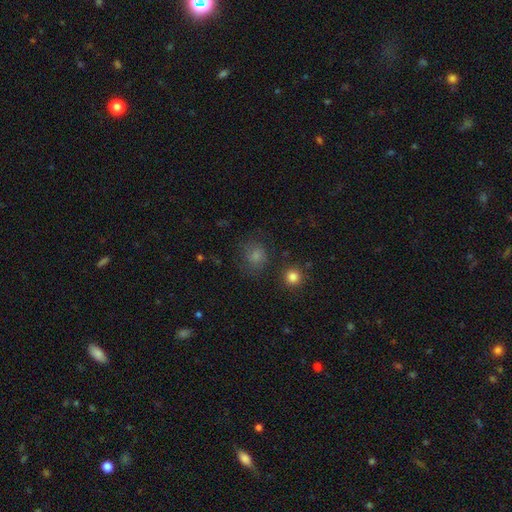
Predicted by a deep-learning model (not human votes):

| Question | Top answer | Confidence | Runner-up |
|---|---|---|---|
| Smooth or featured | smooth | 76% | star or artifact (15%) |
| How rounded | round | 80% | in between (19%) |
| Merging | none | 71% | minor disturbance (17%) |